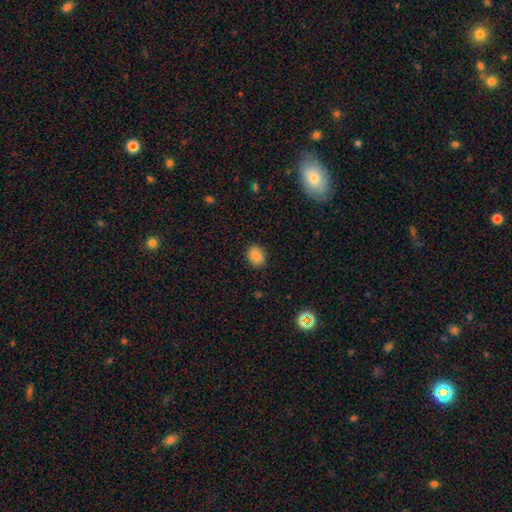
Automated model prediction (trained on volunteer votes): Smooth or featured? smooth (83%)
How rounded? round (58%)
Merging? none (89%)